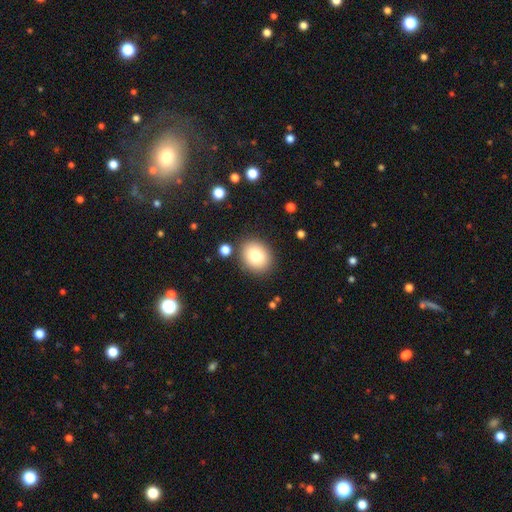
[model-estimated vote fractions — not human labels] Smooth or featured? smooth (79%)
How rounded? round (59%)
Merging? none (85%)